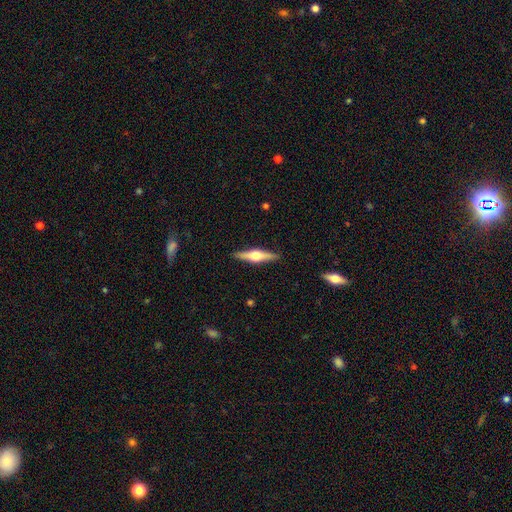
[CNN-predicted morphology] smooth_or_featured: featured or disk (p=0.71) [alt: smooth p=0.23]
disk_edge_on: yes (p=0.98) [alt: no p=0.02]
edge_on_bulge: rounded (p=0.95) [alt: boxy p=0.04]
merging: none (p=0.91) [alt: minor disturbance p=0.07]